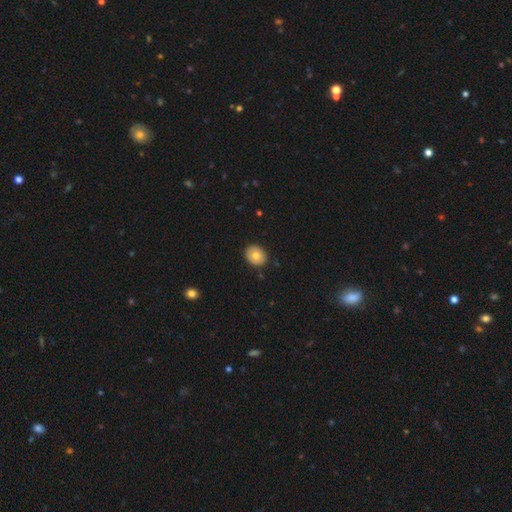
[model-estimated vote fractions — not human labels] Overall: smooth (78%). How rounded: round (55%; in between 44%). Merging: none (88%).